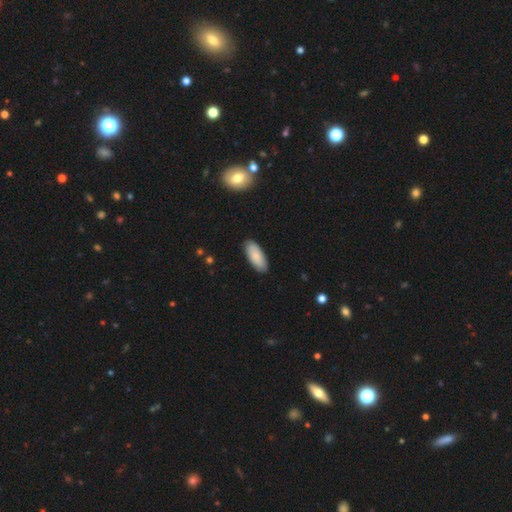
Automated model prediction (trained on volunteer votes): Morphology: type=smooth (85%); roundness=in between (85%); merging=none (87%).